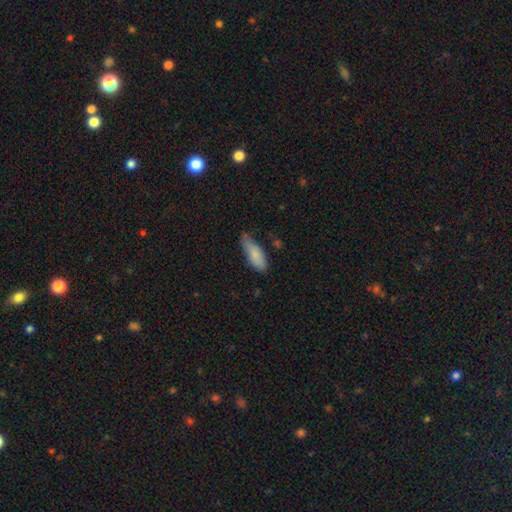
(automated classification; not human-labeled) smooth 82%, featured or disk 12%, star or artifact 6%. Down the decision tree: how rounded — in between (67%); merging — none (57%).